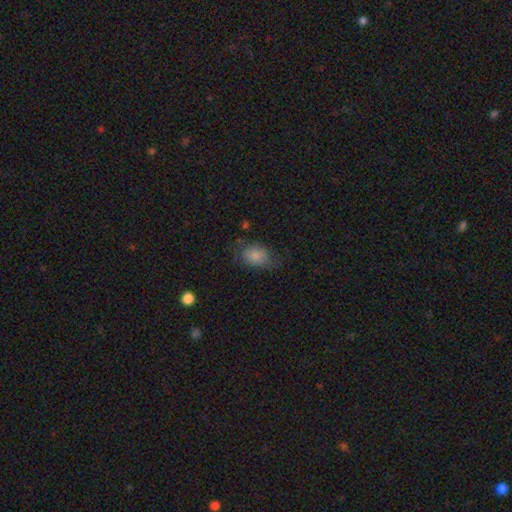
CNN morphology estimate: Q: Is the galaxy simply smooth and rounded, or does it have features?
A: smooth — 81%.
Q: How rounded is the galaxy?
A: in between — 74%.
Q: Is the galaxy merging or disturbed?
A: none — 55%.